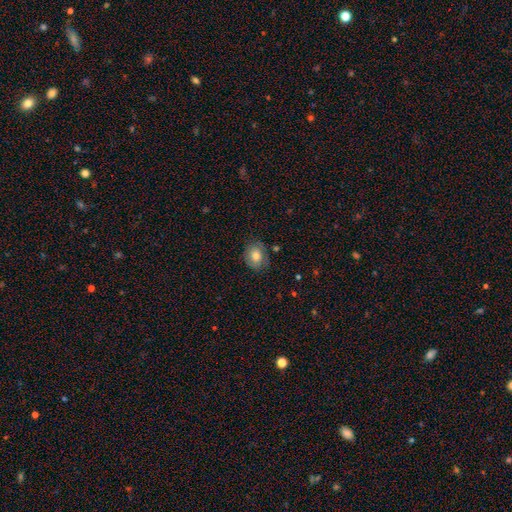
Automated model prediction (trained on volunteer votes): This appears to be a smooth galaxy with no disk features (75%) that is in between round and cigar-shaped (50%). Merging: none (74%).